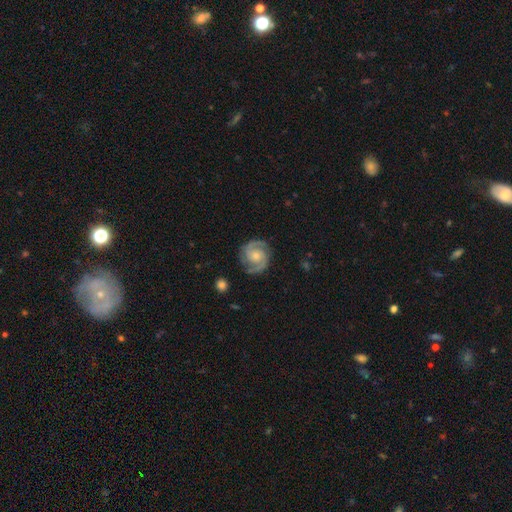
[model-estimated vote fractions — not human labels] The model was most divided on "spiral winding": tight: 50%, medium: 43%, loose: 7%. More confident: edge-on disk — no (98%); spiral arms — yes (98%); spiral arm count — 2 (90%); smooth or featured — featured or disk (88%); merging — none (82%); bar — no (66%); bulge size — small (51%).